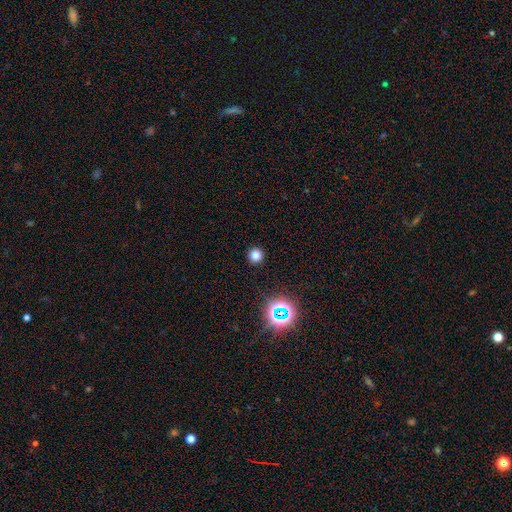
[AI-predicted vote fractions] smooth-or-featured: smooth: 77% | star or artifact: 18% | featured or disk: 5%
  how-rounded: round: 95% | in between: 4% | cigar-shaped: 1%
  merging: none: 92% | minor disturbance: 5% | major disturbance: 2% | merger: 1%